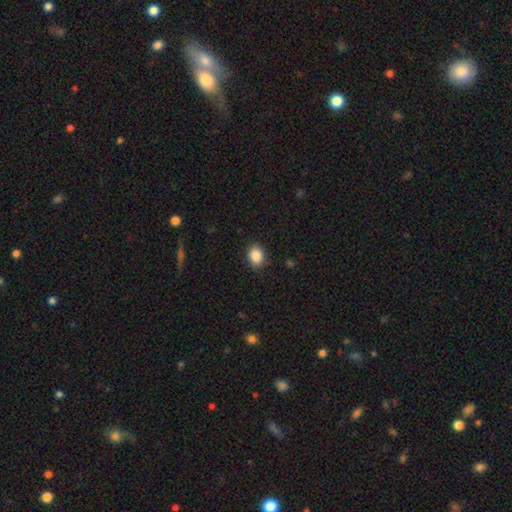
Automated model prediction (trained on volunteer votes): Smooth or featured: smooth — 88% (star or artifact — 8%)
How rounded: in between — 62% (round — 37%)
Merging: none — 88% (minor disturbance — 9%)